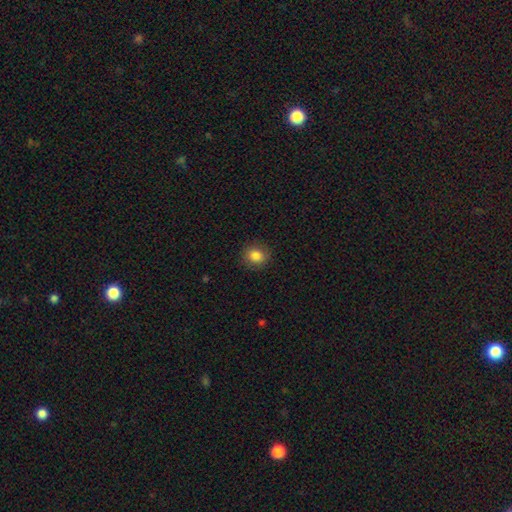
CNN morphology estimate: Smooth or featured?
  - smooth: 84% *
  - star or artifact: 10%
  - featured or disk: 6%
How rounded?
  - round: 80% *
  - in between: 19%
  - cigar-shaped: 1%
Merging?
  - none: 88% *
  - minor disturbance: 8%
  - major disturbance: 2%
  - merger: 1%